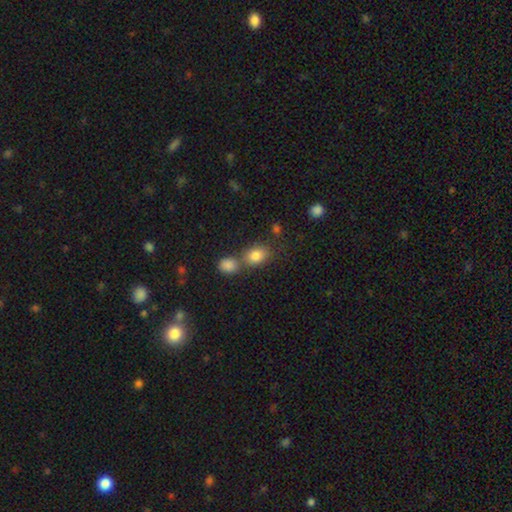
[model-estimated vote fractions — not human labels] Smooth or featured? smooth (82%)
How rounded? in between (65%)
Merging? none (49%)